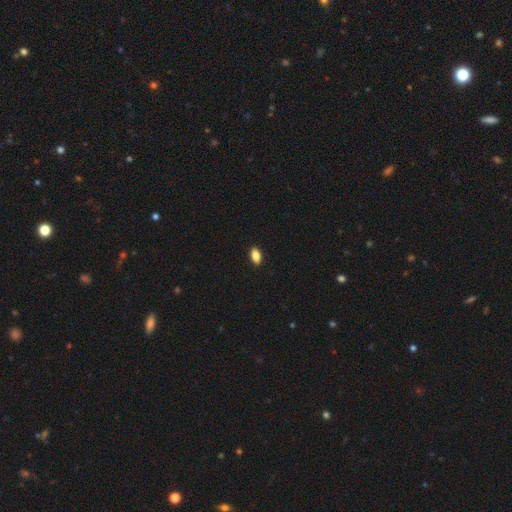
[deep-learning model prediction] Morphology: type=smooth (84%); roundness=in between (90%); merging=none (90%).